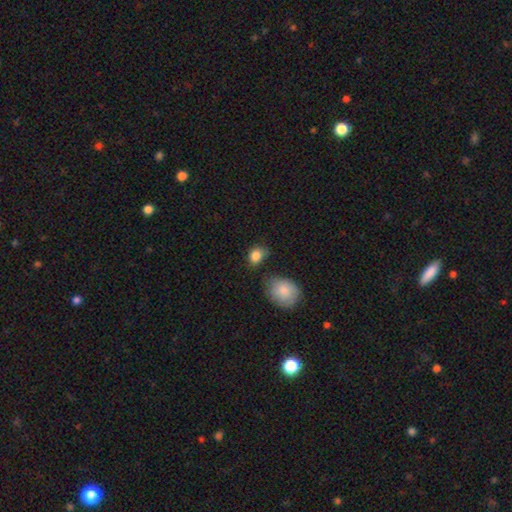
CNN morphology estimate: Smooth or featured: smooth — 86% (star or artifact — 9%)
How rounded: in between — 53% (round — 45%)
Merging: none — 67% (minor disturbance — 21%)